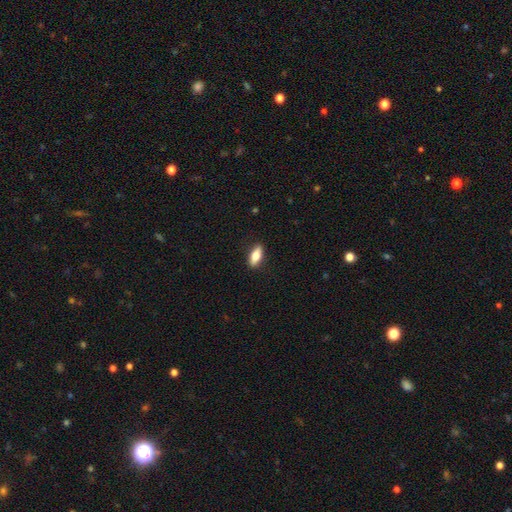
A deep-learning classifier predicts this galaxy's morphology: Smooth or featured? Predicted: smooth (p=0.72). How rounded? Predicted: in between (p=0.69). Merging? Predicted: none (p=0.89).